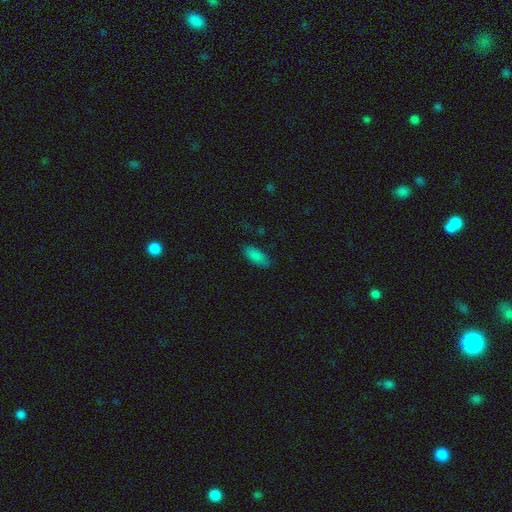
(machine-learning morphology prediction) smooth 86%, star or artifact 9%, featured or disk 6%. Down the decision tree: how rounded — in between (80%); merging — none (83%).